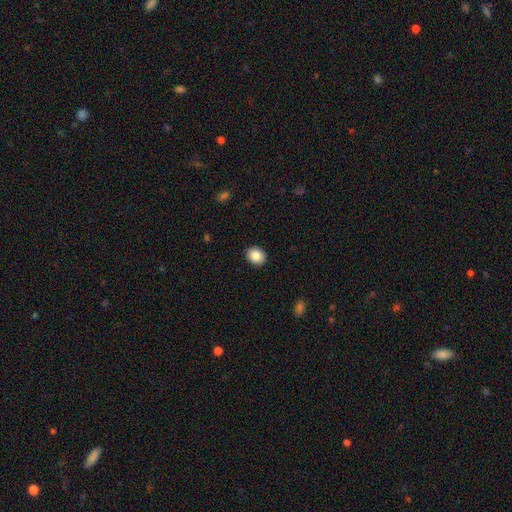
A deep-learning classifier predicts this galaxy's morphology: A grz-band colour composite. It shows a smooth galaxy with no disk features (86%) that is round (64%). Merging: none (91%).